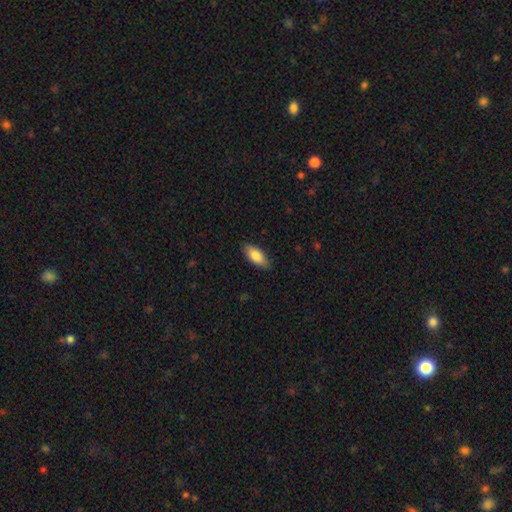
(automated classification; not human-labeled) Overall: smooth (84%). How rounded: in between (86%). Merging: none (85%).